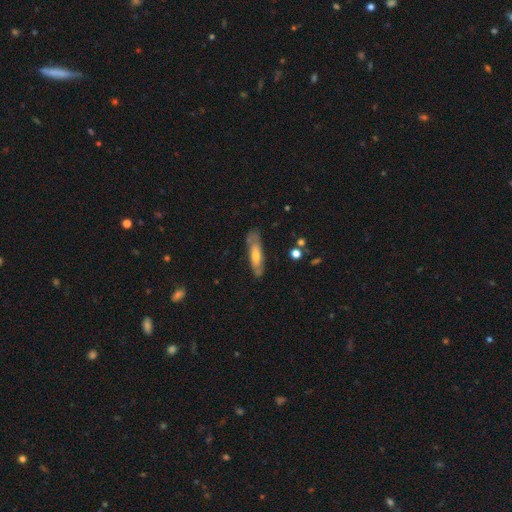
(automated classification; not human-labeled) Smooth or featured? Predicted: featured or disk (p=0.52). Edge-on disk? Predicted: no (p=0.50, tied with yes). Merging? Predicted: none (p=0.72).